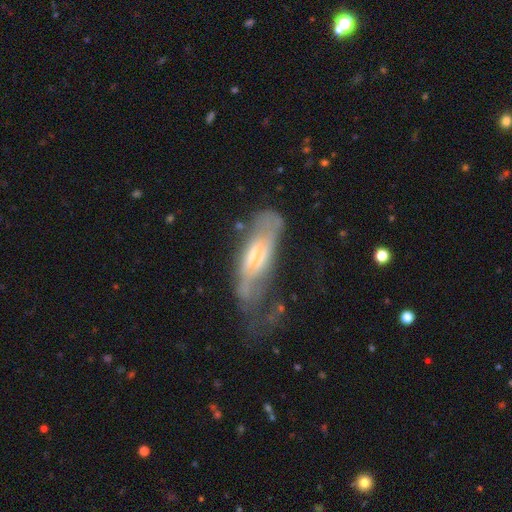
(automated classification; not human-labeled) featured or disk 62%, smooth 30%, star or artifact 8%. Down the decision tree: edge-on disk — no (62%); merging — major disturbance (42%).